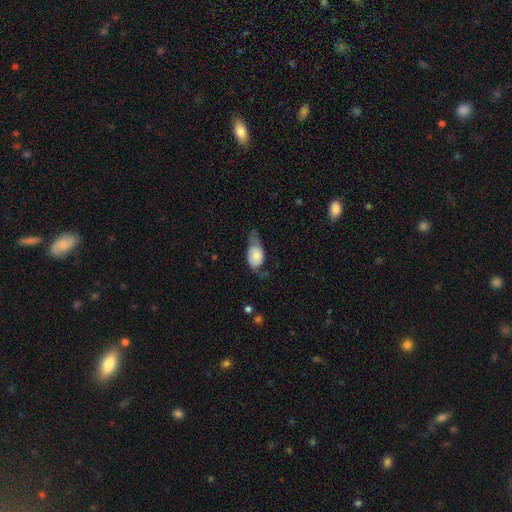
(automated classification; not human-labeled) Morphology: type=smooth (65%); roundness=in between (86%); merging=minor disturbance (39%).